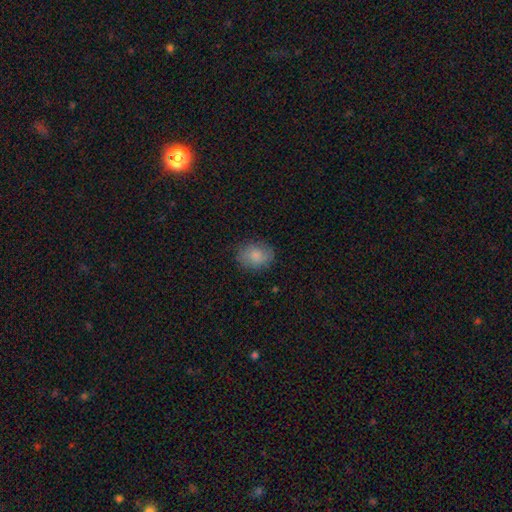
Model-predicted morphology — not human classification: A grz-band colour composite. It shows a smooth galaxy with no disk features (78%) that is round (50%). Merging: none (81%).